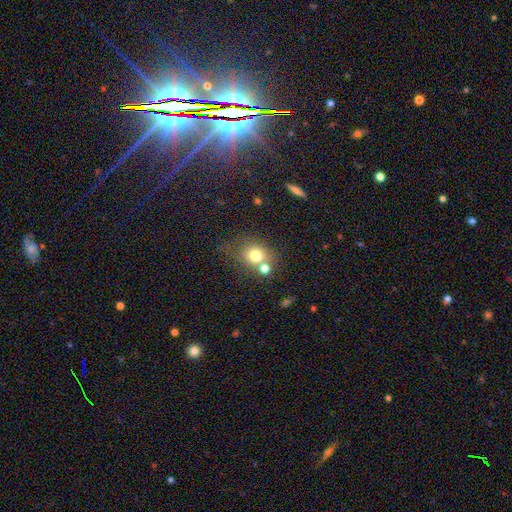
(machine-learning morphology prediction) This appears to be a smooth galaxy with no disk features (74%) that is round (72%). Merging: none (55%).